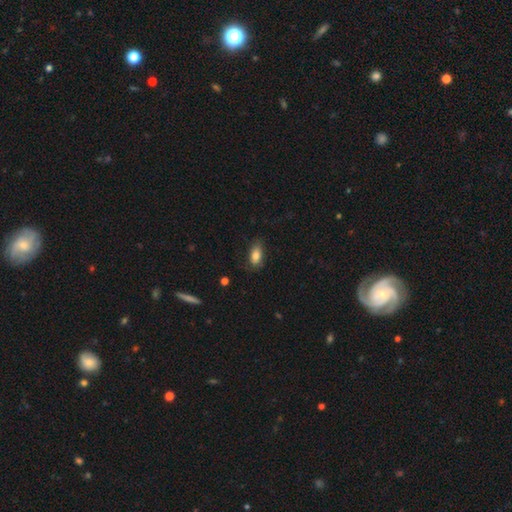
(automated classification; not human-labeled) This appears to be a smooth galaxy with no disk features (83%) that is in between round and cigar-shaped (87%). Merging: none (74%).